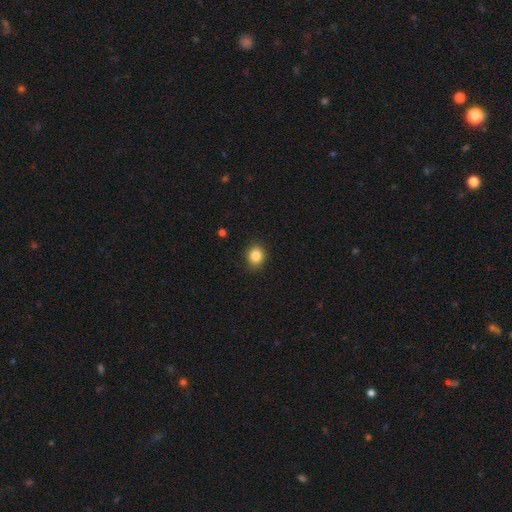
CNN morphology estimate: Smooth or featured? Predicted: smooth (p=0.85). How rounded? Predicted: round (p=0.75). Merging? Predicted: none (p=0.89).